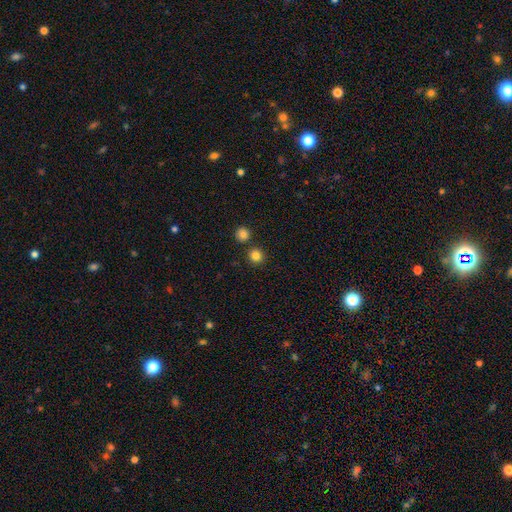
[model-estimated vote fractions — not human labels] A smooth galaxy with no disk features (83%) that is round (93%).

Vote fractions:
- Smooth or featured? smooth: 83% / star or artifact: 12% / featured or disk: 5%
- How rounded? round: 93% / in between: 6% / cigar-shaped: 1%
- Merging? none: 83% / merger: 9% / minor disturbance: 6% / major disturbance: 2%